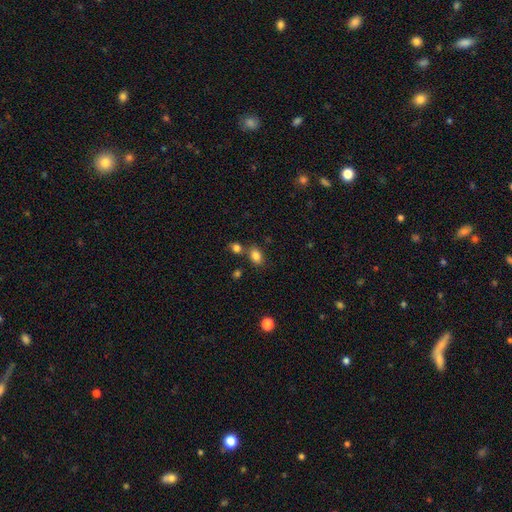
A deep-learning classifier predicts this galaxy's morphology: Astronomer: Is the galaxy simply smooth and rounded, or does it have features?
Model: smooth — 83%.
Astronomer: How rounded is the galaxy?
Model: in between — 74%.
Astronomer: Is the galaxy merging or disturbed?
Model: none — 66%.